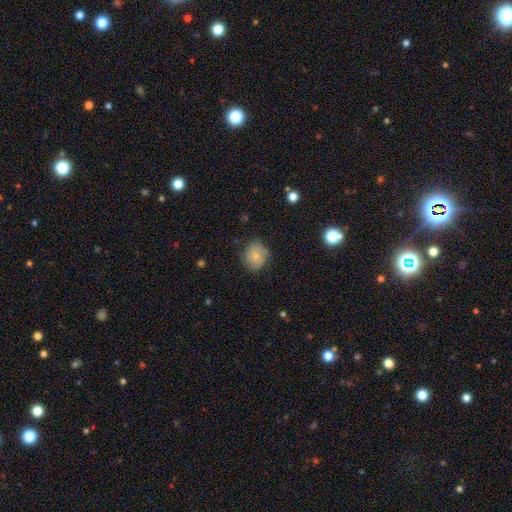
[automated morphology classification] smooth-or-featured: smooth: 58% | featured or disk: 34% | star or artifact: 9%
  how-rounded: round: 77% | in between: 22% | cigar-shaped: 1%
  merging: none: 73% | minor disturbance: 21% | major disturbance: 5% | merger: 1%